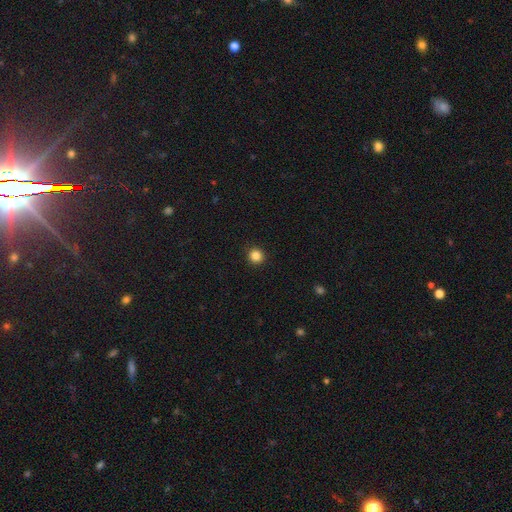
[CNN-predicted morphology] This is clearly a smooth galaxy (85%). How rounded: clearly round (95%). Merging: clearly none (93%).